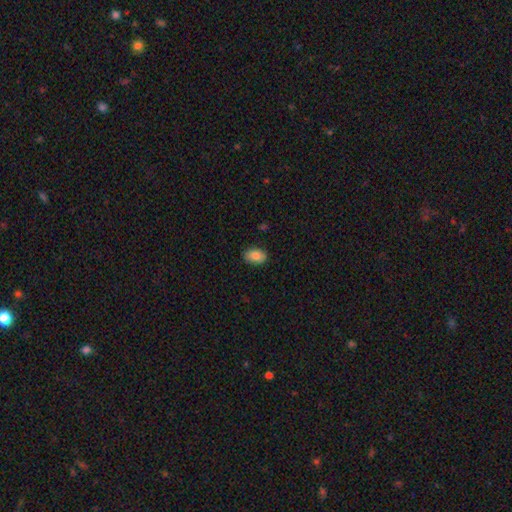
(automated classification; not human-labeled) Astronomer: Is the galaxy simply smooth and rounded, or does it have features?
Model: smooth — 85%.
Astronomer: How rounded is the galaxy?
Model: in between — 87%.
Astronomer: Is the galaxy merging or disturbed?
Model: none — 87%.